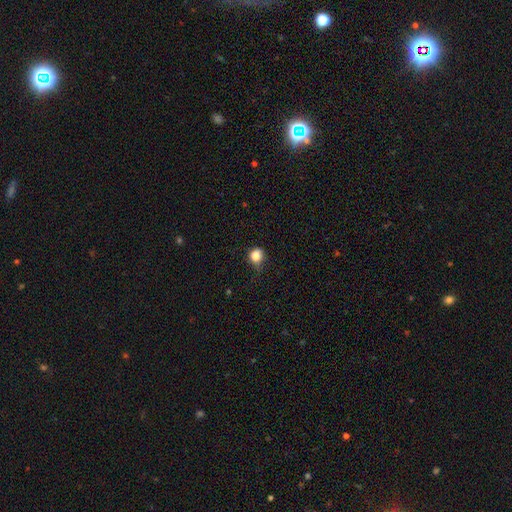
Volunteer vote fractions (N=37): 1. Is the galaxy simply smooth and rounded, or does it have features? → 86% smooth, 8% star or artifact, 5% featured or disk.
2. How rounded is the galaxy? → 91% round, 9% in between, 0% cigar-shaped.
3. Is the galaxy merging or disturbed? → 76% none, 18% minor disturbance, 6% major disturbance, 0% merger.